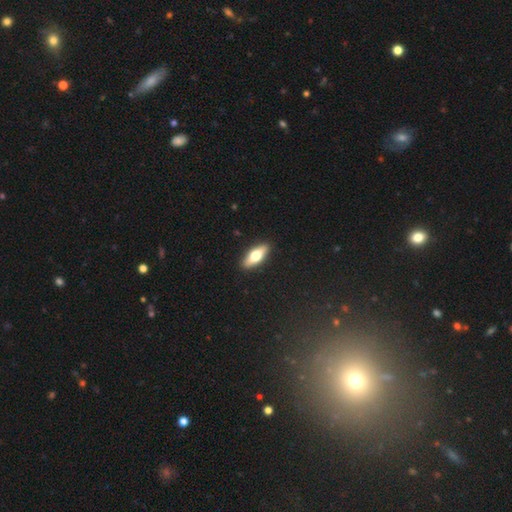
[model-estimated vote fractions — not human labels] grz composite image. It shows a smooth galaxy with no disk features (58%) that is in between round and cigar-shaped (58%). Merging: none (90%).